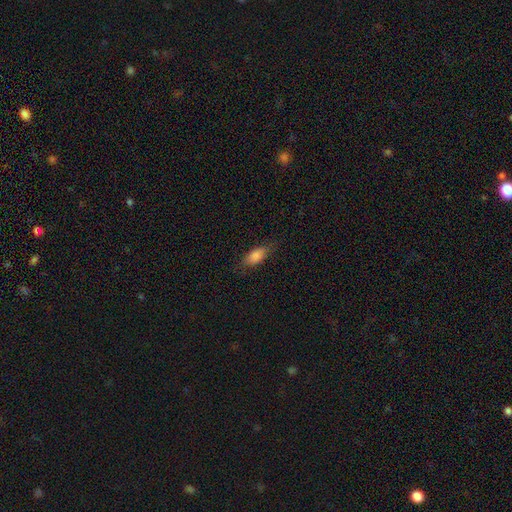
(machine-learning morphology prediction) smooth_or_featured: smooth (p=0.81) [alt: featured or disk p=0.11]
how_rounded: in between (p=0.80) [alt: cigar-shaped p=0.17]
merging: none (p=0.76) [alt: minor disturbance p=0.18]